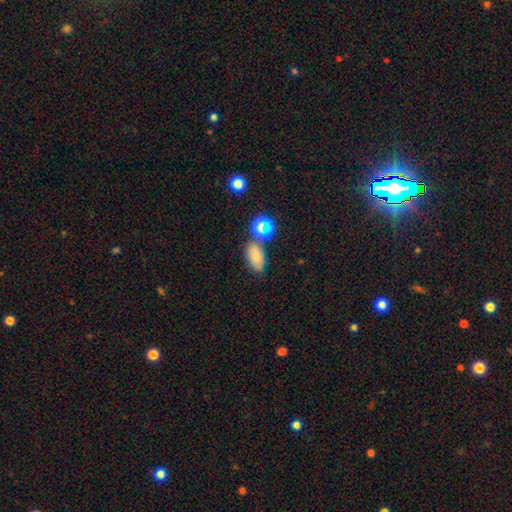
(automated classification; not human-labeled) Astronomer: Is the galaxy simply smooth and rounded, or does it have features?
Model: smooth — 72%.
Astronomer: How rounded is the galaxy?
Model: in between — 87%.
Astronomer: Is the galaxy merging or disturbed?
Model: none — 61%.